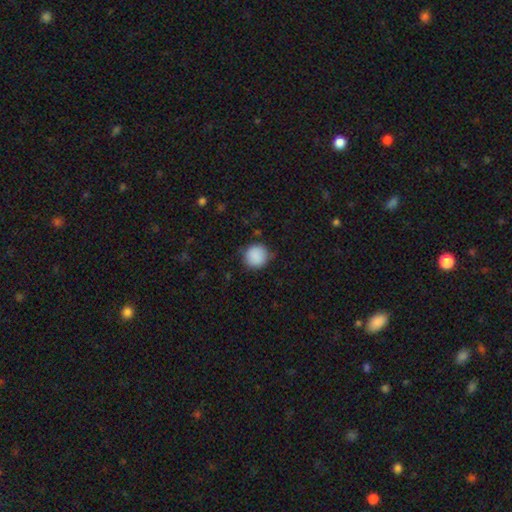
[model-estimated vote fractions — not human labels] Smooth or featured: smooth — 89% (star or artifact — 8%)
How rounded: round — 92% (in between — 7%)
Merging: none — 82% (minor disturbance — 13%)